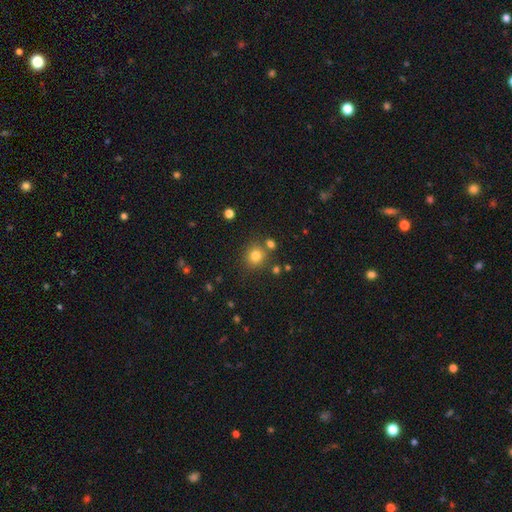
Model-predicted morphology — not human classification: type=smooth (80%); roundness=round (88%); merging=none (77%).